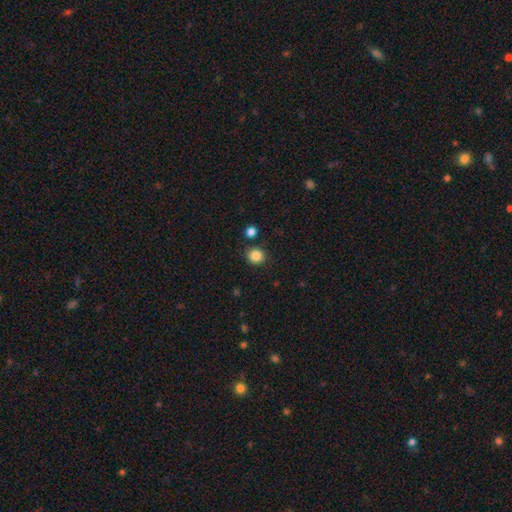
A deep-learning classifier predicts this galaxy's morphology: Q: Smooth or featured?
A: smooth (86%); runner-up: star or artifact (11%)
Q: How rounded?
A: round (91%); runner-up: in between (8%)
Q: Merging?
A: none (86%); runner-up: minor disturbance (8%)